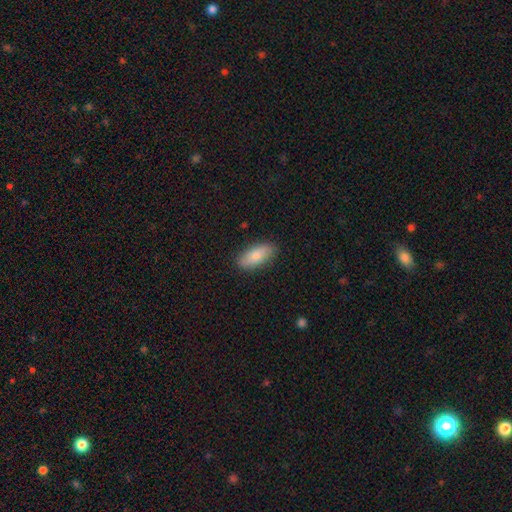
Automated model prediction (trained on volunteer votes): A smooth galaxy with no disk features (84%) that is in between round and cigar-shaped (82%).

Vote fractions:
- Smooth or featured? smooth: 84% / featured or disk: 10% / star or artifact: 6%
- How rounded? in between: 82% / cigar-shaped: 16% / round: 2%
- Merging? none: 86% / minor disturbance: 11% / major disturbance: 2% / merger: 1%